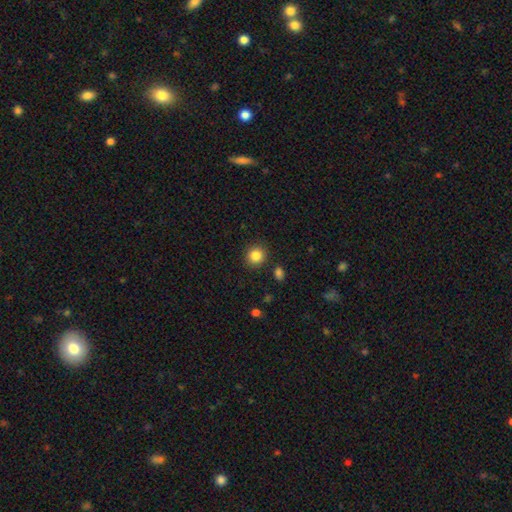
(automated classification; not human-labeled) Q: Smooth or featured?
A: smooth (85%); runner-up: star or artifact (10%)
Q: How rounded?
A: round (86%); runner-up: in between (13%)
Q: Merging?
A: none (89%); runner-up: minor disturbance (7%)